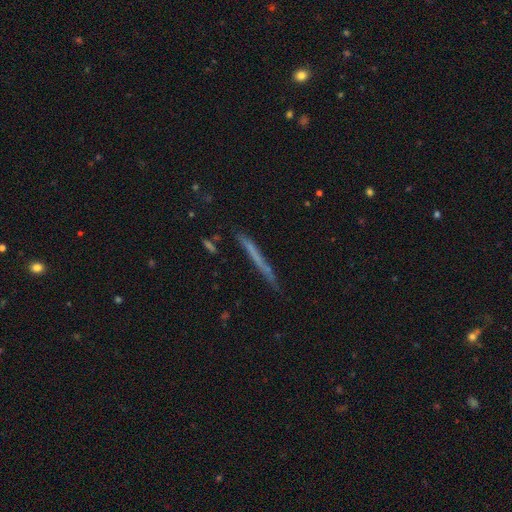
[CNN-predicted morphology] Smooth or featured? Predicted: smooth (p=0.50). How rounded? Predicted: cigar-shaped (p=0.96). Merging? Predicted: none (p=0.82).